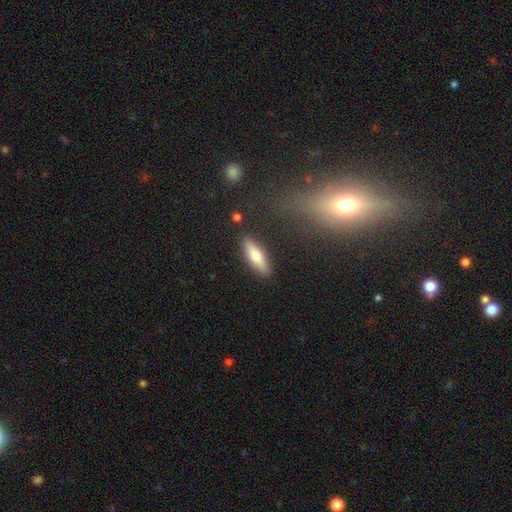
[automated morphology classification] smooth_or_featured: smooth (p=0.70) [alt: featured or disk p=0.24]
how_rounded: cigar-shaped (p=0.55) [alt: in between p=0.43]
merging: none (p=0.88) [alt: minor disturbance p=0.08]